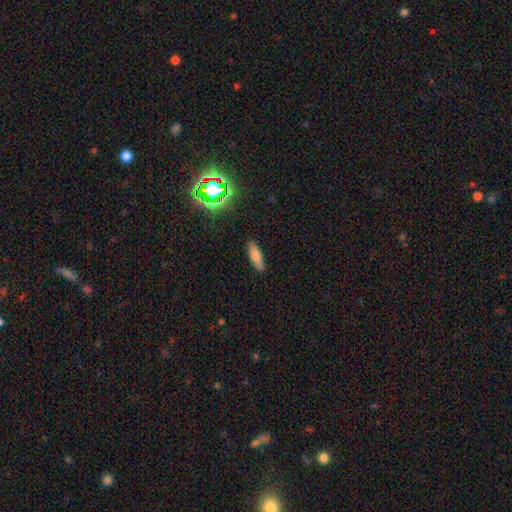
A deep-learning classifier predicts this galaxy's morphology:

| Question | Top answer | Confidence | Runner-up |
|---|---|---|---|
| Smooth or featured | smooth | 72% | featured or disk (18%) |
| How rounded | cigar-shaped | 51% | in between (47%) |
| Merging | none | 87% | minor disturbance (9%) |